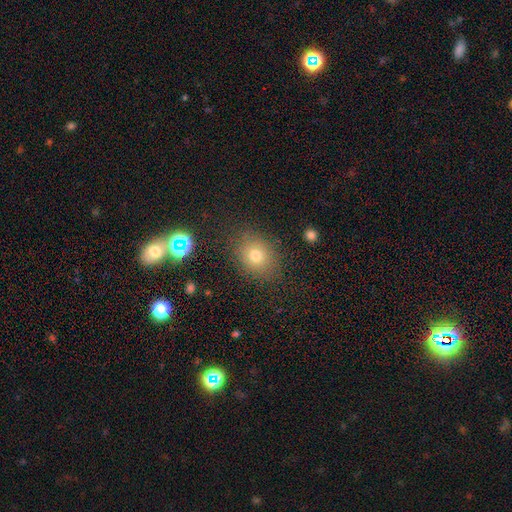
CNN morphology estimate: A smooth galaxy with no disk features (72%) that is round (60%). Merging: none (83%).